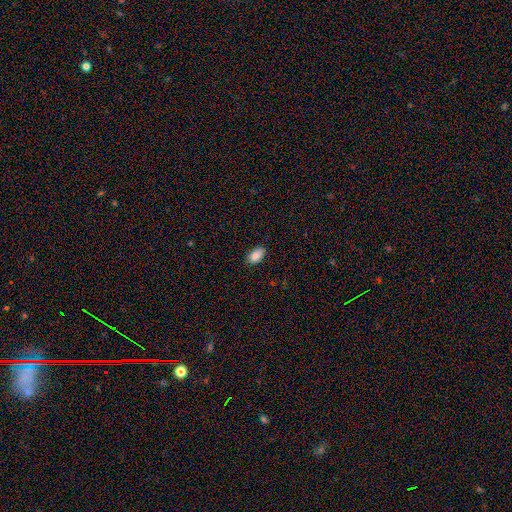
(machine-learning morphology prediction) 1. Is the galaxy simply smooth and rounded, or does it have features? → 88% smooth, 8% star or artifact, 5% featured or disk.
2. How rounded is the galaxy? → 93% in between, 4% round, 3% cigar-shaped.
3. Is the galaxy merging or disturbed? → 83% none, 13% minor disturbance, 2% major disturbance, 1% merger.